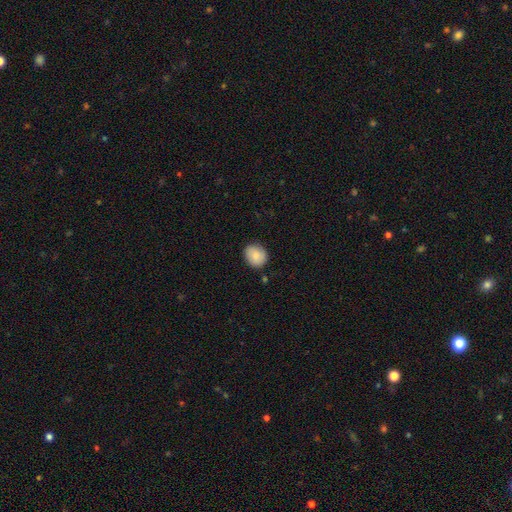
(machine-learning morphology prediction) Q: Smooth or featured?
A: smooth (85%); runner-up: featured or disk (8%)
Q: How rounded?
A: round (70%); runner-up: in between (29%)
Q: Merging?
A: none (83%); runner-up: minor disturbance (13%)